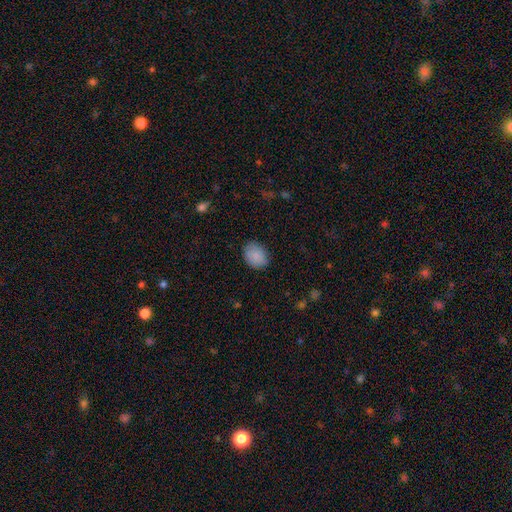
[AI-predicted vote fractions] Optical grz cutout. It shows a smooth galaxy with no disk features (88%) that is in between round and cigar-shaped (61%). Merging: none (81%).